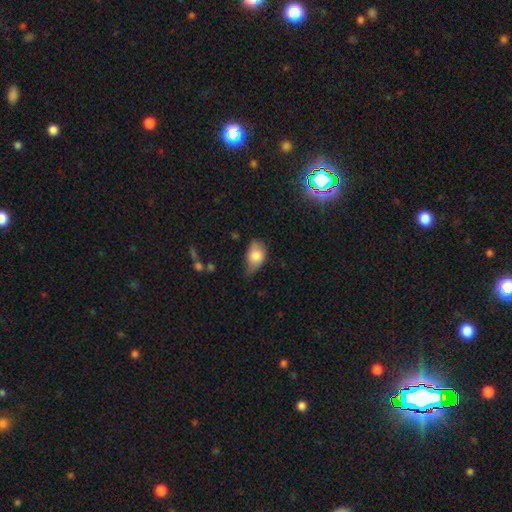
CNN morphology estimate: Smooth or featured?
  - smooth: 81% *
  - featured or disk: 11%
  - star or artifact: 8%
How rounded?
  - in between: 81% *
  - round: 17%
  - cigar-shaped: 2%
Merging?
  - minor disturbance: 45% *
  - none: 40%
  - major disturbance: 12%
  - merger: 2%